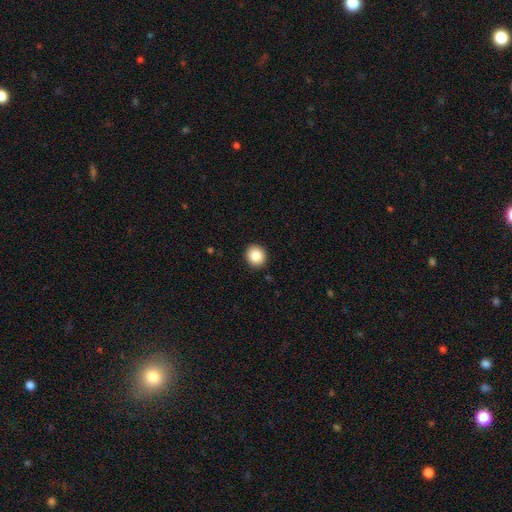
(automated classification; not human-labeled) Morphology: type=smooth (86%); roundness=round (87%); merging=none (92%).